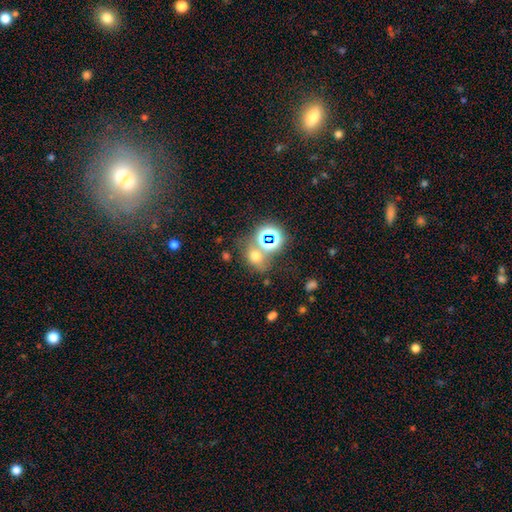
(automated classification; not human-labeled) Smooth or featured? smooth (57%)
How rounded? round (50%)
Merging? none (56%)